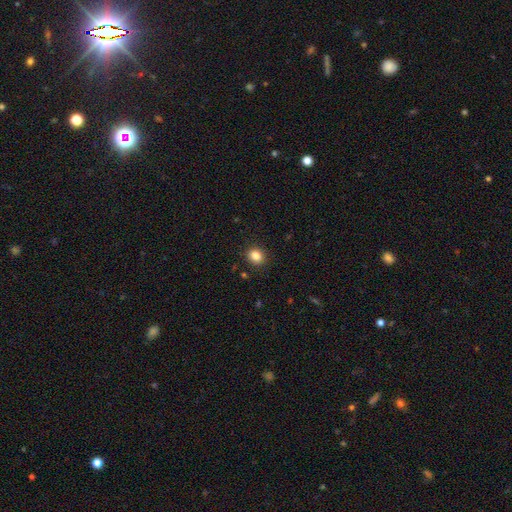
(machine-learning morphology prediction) This appears to be a smooth galaxy with no disk features (85%) that is round (69%). Merging: none (90%).